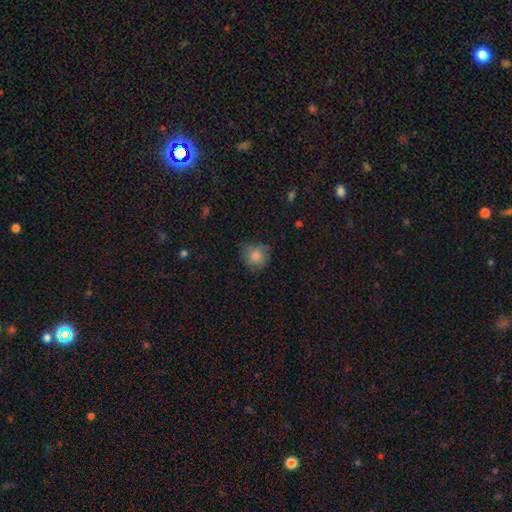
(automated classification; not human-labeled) smooth_or_featured: smooth (p=0.82) [alt: star or artifact p=0.10]
how_rounded: round (p=0.88) [alt: in between p=0.11]
merging: none (p=0.74) [alt: minor disturbance p=0.20]